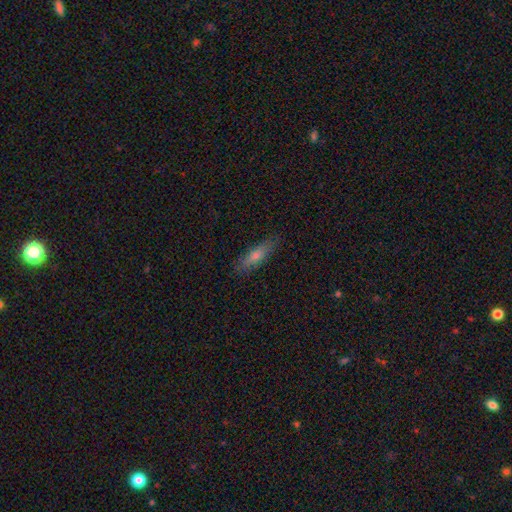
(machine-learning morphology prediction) Smooth or featured: smooth — 61% (featured or disk — 32%)
How rounded: cigar-shaped — 70% (in between — 28%)
Merging: none — 86% (minor disturbance — 11%)